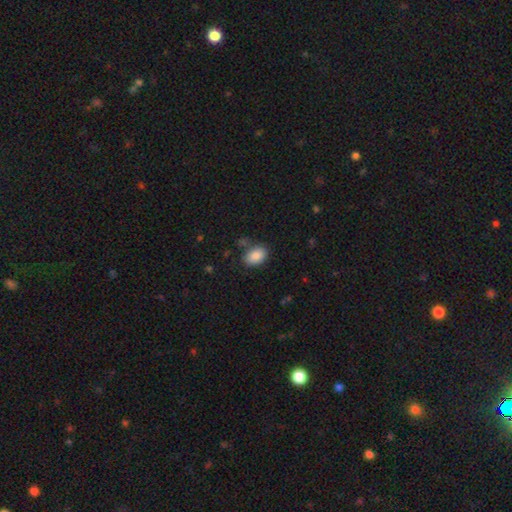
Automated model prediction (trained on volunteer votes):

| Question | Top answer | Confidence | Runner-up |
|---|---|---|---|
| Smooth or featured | smooth | 88% | star or artifact (7%) |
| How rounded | in between | 87% | round (12%) |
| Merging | none | 77% | minor disturbance (14%) |